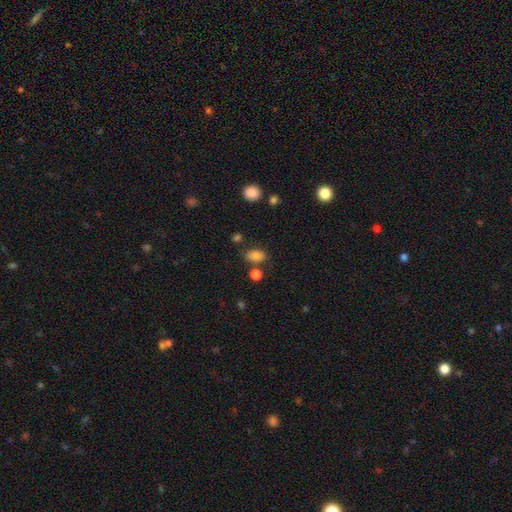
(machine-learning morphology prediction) smooth_or_featured: smooth (p=0.82) [alt: star or artifact p=0.11]
how_rounded: in between (p=0.85) [alt: round p=0.14]
merging: none (p=0.70) [alt: minor disturbance p=0.16]